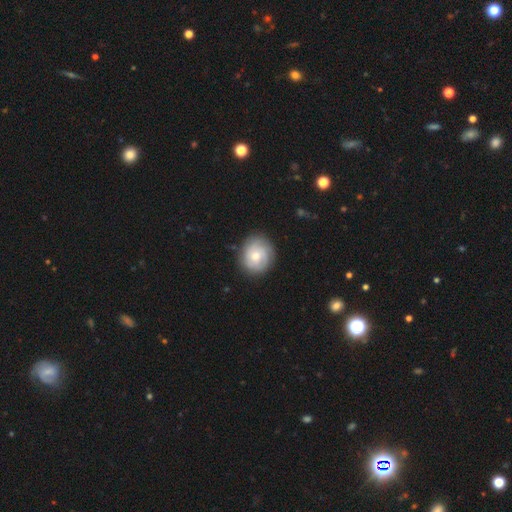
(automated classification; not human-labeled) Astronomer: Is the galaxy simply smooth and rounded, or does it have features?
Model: smooth — 50% (runner-up: featured or disk, 43%).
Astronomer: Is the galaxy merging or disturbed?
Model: none — 82%.